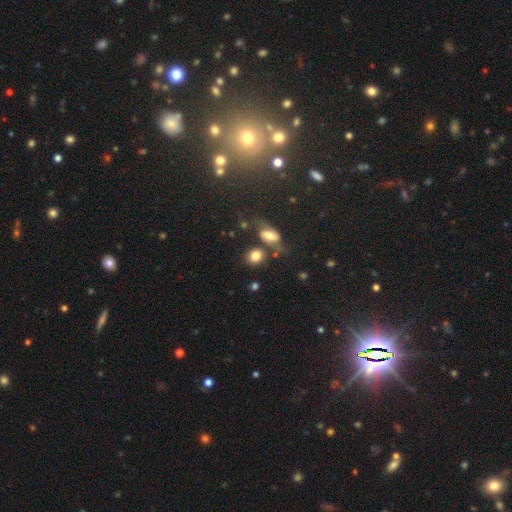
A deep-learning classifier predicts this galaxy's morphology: smooth 79%, featured or disk 12%, star or artifact 10%. Down the decision tree: how rounded — round (60%); merging — none (65%).